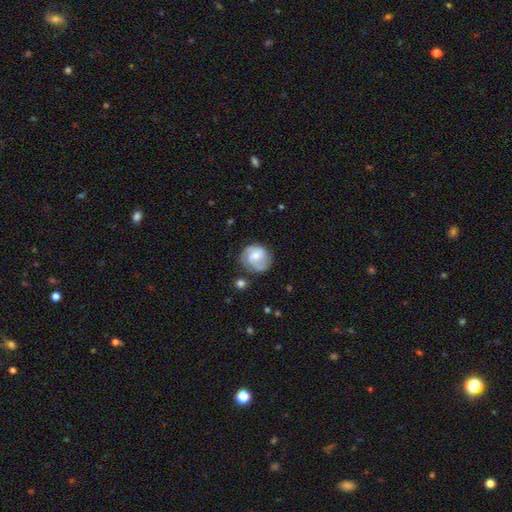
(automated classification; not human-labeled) Smooth or featured? Predicted: featured or disk (p=0.65). Edge-on disk? Predicted: no (p=0.98). Bar? Predicted: no (p=0.49). Spiral arms? Predicted: yes (p=0.90). Spiral winding? Predicted: medium (p=0.43). Spiral arm count? Predicted: 2 (p=0.60). Bulge size? Predicted: small (p=0.47). Merging? Predicted: none (p=0.71).